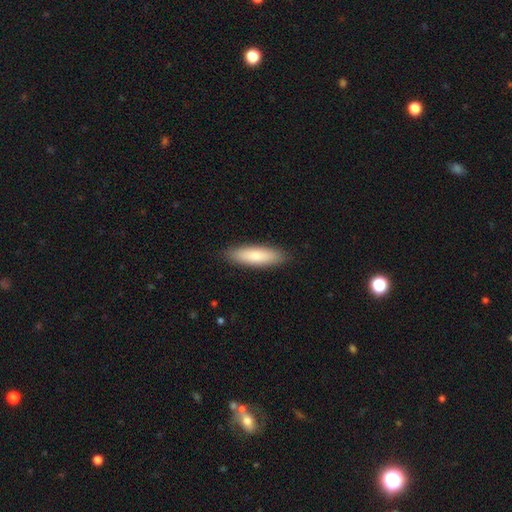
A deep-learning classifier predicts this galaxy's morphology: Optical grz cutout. It shows a smooth galaxy with no disk features (80%) that is cigar-shaped (62%). Merging: none (89%).